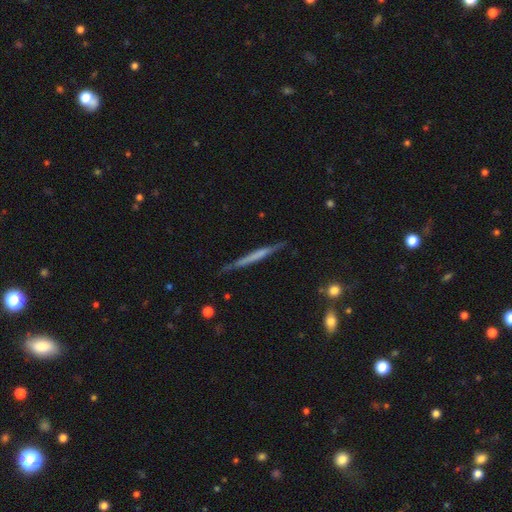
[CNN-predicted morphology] Overall: featured or disk (54%; smooth 41%). Edge-on disk: yes (96%). Edge-on bulge: none (81%). Merging: none (84%).